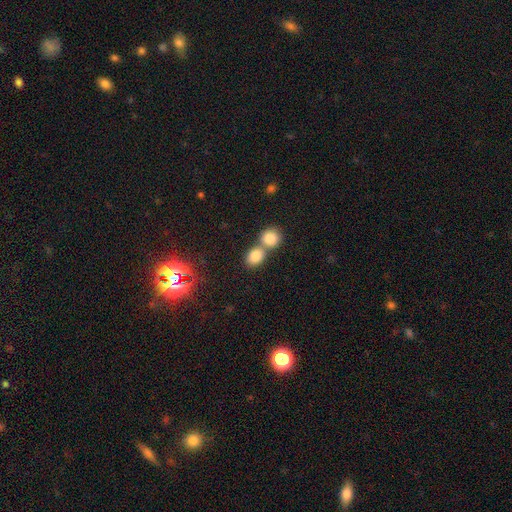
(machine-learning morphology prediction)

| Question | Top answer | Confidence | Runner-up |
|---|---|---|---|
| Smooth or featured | smooth | 82% | star or artifact (11%) |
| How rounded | round | 51% | in between (48%) |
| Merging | merger | 55% | none (37%) |